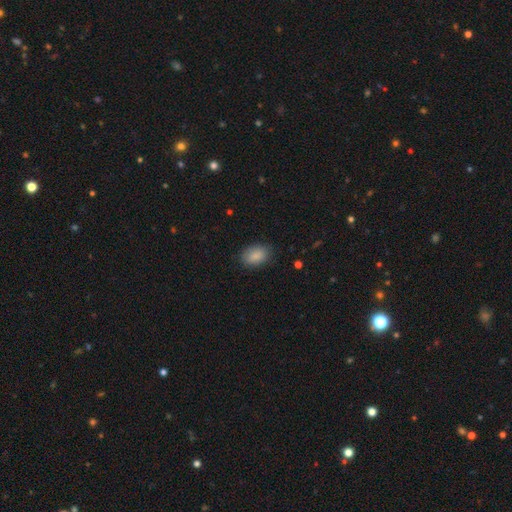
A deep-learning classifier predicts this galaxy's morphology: smooth_or_featured: smooth (p=0.87) [alt: star or artifact p=0.07]
how_rounded: in between (p=0.87) [alt: round p=0.11]
merging: none (p=0.83) [alt: minor disturbance p=0.13]